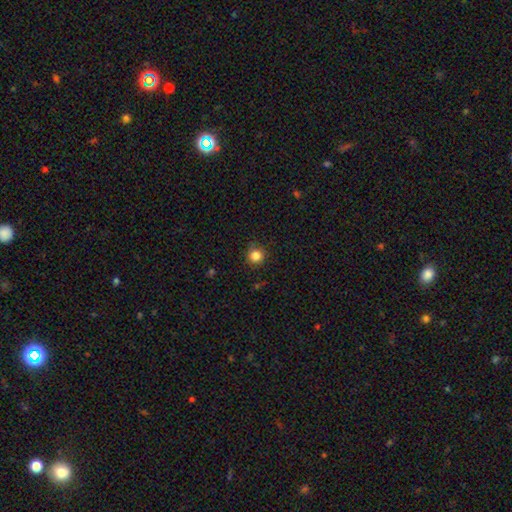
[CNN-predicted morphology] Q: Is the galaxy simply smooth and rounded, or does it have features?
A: smooth — 84%.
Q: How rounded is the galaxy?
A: round — 94%.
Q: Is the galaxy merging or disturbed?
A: none — 87%.